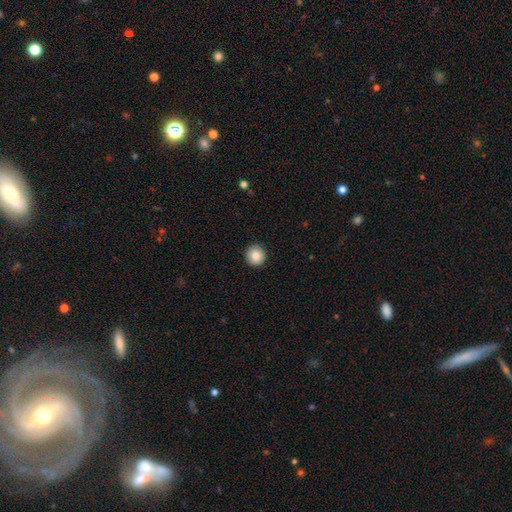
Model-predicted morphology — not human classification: Smooth or featured?
  - smooth: 86% *
  - star or artifact: 8%
  - featured or disk: 5%
How rounded?
  - round: 94% *
  - in between: 5%
  - cigar-shaped: 1%
Merging?
  - none: 92% *
  - minor disturbance: 5%
  - major disturbance: 2%
  - merger: 1%